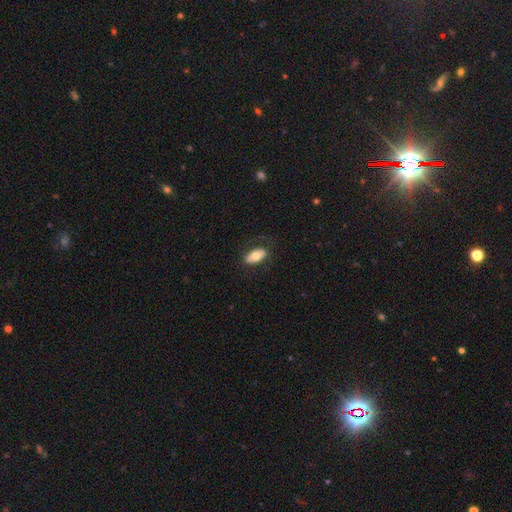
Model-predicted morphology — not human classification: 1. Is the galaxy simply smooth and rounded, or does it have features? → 62% smooth, 32% featured or disk, 6% star or artifact.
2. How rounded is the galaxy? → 89% in between, 6% cigar-shaped, 5% round.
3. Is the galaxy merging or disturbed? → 72% none, 18% minor disturbance, 8% major disturbance, 2% merger.